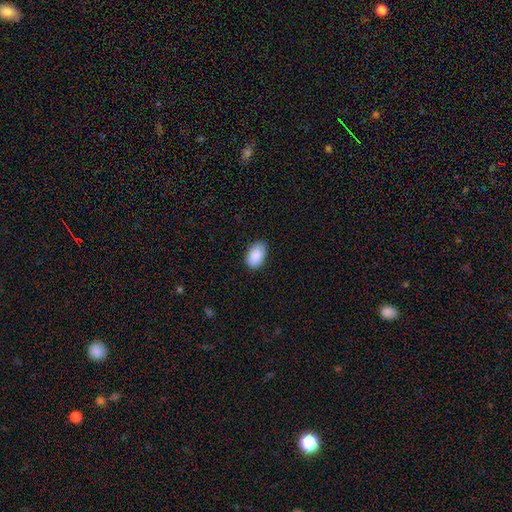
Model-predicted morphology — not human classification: smooth_or_featured: smooth (p=0.89) [alt: star or artifact p=0.06]
how_rounded: in between (p=0.93) [alt: round p=0.05]
merging: none (p=0.85) [alt: minor disturbance p=0.12]